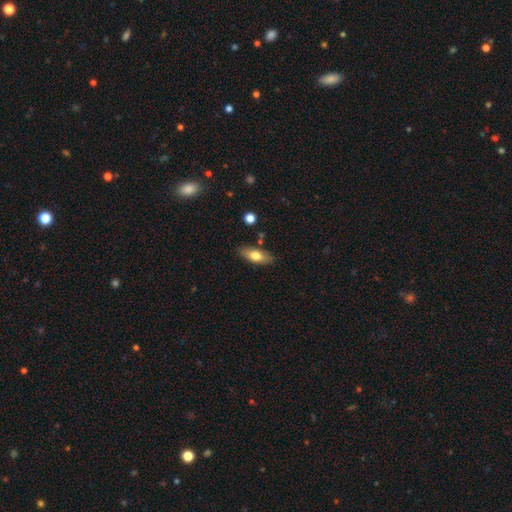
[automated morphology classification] A smooth galaxy with no disk features (71%) that is in between round and cigar-shaped (77%).

Vote fractions:
- Smooth or featured? smooth: 71% / featured or disk: 22% / star or artifact: 7%
- How rounded? in between: 77% / cigar-shaped: 19% / round: 3%
- Merging? none: 82% / minor disturbance: 12% / merger: 3% / major disturbance: 3%